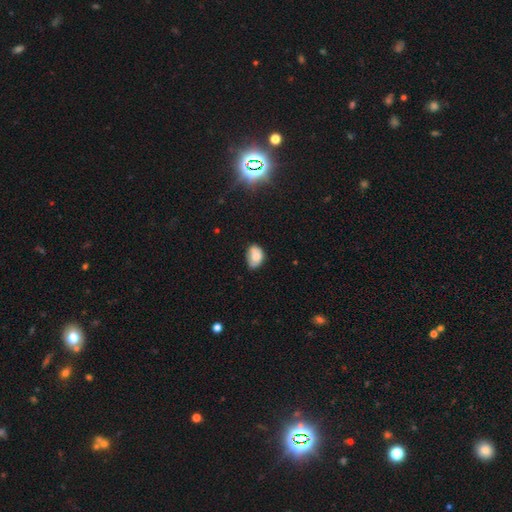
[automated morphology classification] The model was most divided on "merging": none: 50%, minor disturbance: 36%, major disturbance: 9%, merger: 6%. More confident: how rounded — in between (81%); smooth or featured — smooth (73%).